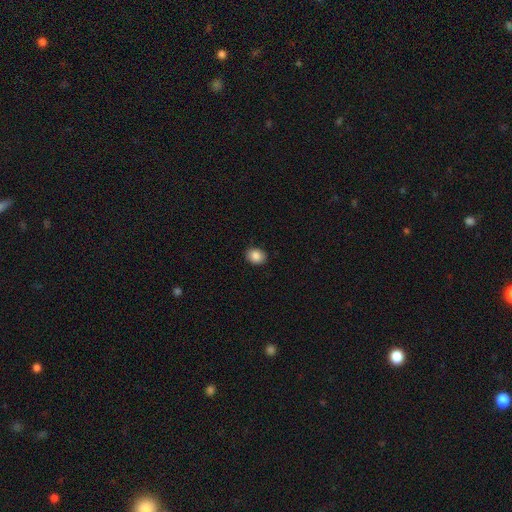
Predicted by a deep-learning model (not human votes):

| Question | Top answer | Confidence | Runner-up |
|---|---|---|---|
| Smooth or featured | smooth | 87% | star or artifact (8%) |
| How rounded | in between | 54% | round (45%) |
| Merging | none | 89% | minor disturbance (8%) |